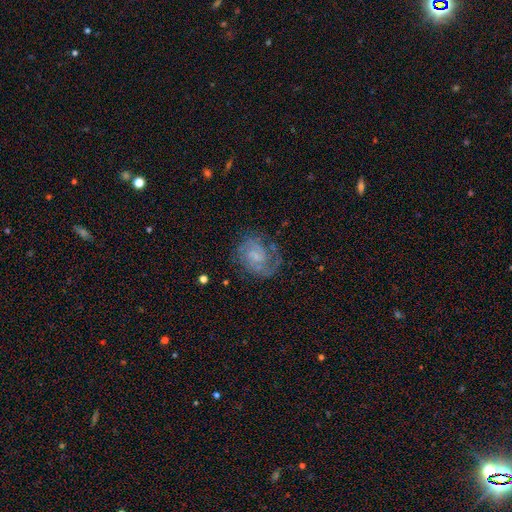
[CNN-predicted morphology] smooth_or_featured: featured or disk (p=0.73) [alt: smooth p=0.19]
disk_edge_on: no (p=0.98) [alt: yes p=0.02]
bar: no (p=0.50) [alt: weak p=0.43]
has_spiral_arms: yes (p=0.91) [alt: no p=0.09]
spiral_winding: tight (p=0.44) [alt: medium p=0.41]
spiral_arm_count: 2 (p=0.49) [alt: 1 p=0.21]
bulge_size: small (p=0.48) [alt: none p=0.27]
merging: none (p=0.64) [alt: minor disturbance p=0.19]